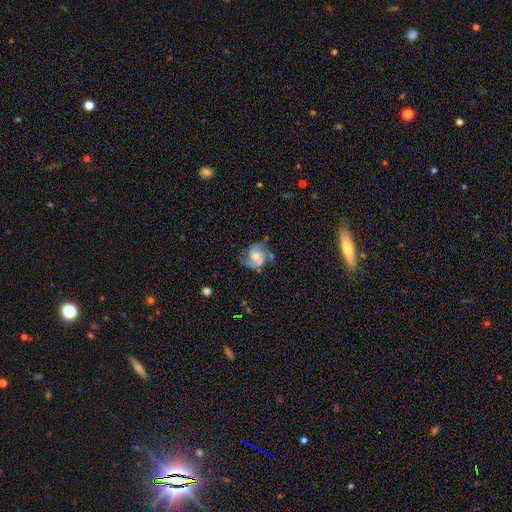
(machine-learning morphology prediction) smooth_or_featured: featured or disk (p=0.68) [alt: smooth p=0.22]
disk_edge_on: no (p=0.98) [alt: yes p=0.02]
bar: no (p=0.60) [alt: weak p=0.32]
has_spiral_arms: yes (p=0.86) [alt: no p=0.14]
spiral_winding: medium (p=0.48) [alt: loose p=0.28]
spiral_arm_count: 2 (p=0.68) [alt: can't tell p=0.12]
bulge_size: moderate (p=0.40) [alt: small p=0.33]
merging: none (p=0.46) [alt: minor disturbance p=0.21]